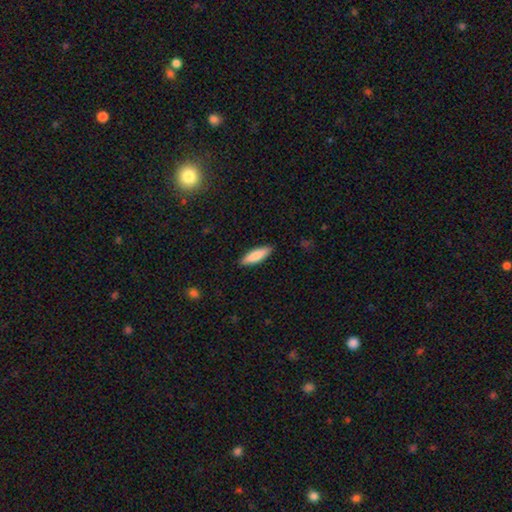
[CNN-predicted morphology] This appears to be a smooth galaxy with no disk features (81%) that is cigar-shaped (55%). Merging: none (89%).